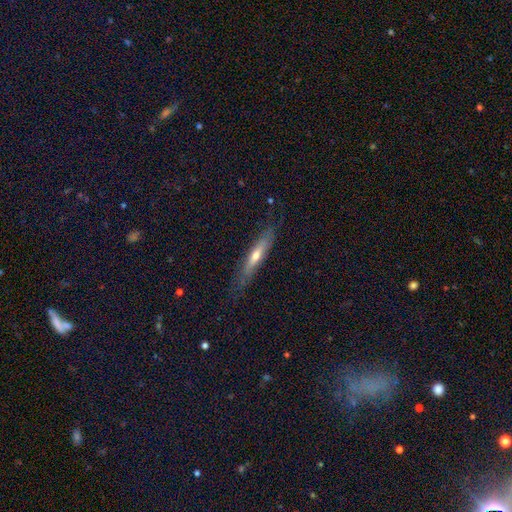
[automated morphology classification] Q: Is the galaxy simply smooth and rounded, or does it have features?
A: featured or disk — 54%.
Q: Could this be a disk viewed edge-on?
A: yes — 82%.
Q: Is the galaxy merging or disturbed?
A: none — 76%.